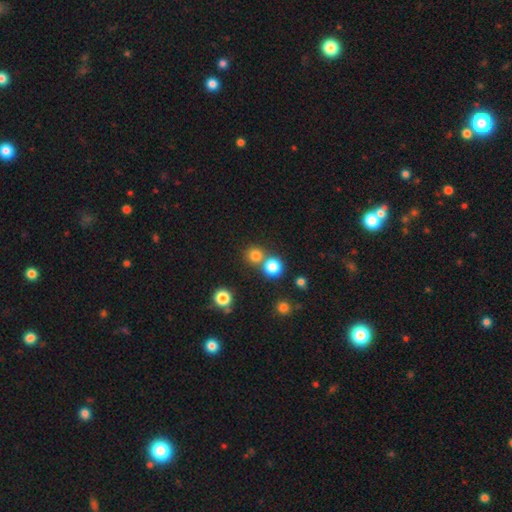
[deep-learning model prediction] The model was most divided on "merging": none: 64%, merger: 27%, minor disturbance: 6%, major disturbance: 2%. More confident: how rounded — round (92%); smooth or featured — smooth (77%).